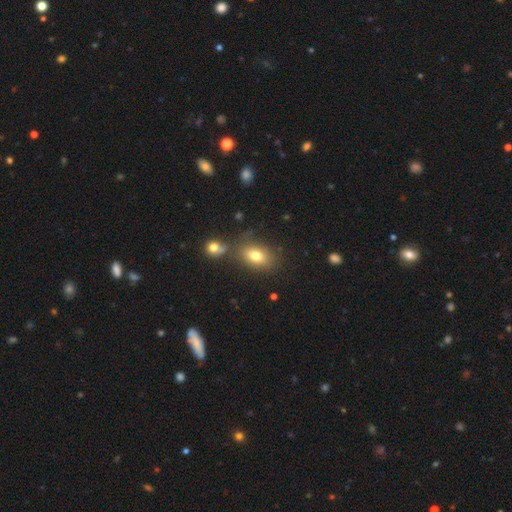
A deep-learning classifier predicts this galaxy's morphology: Overall: smooth (76%). How rounded: in between (80%). Merging: none (67%).